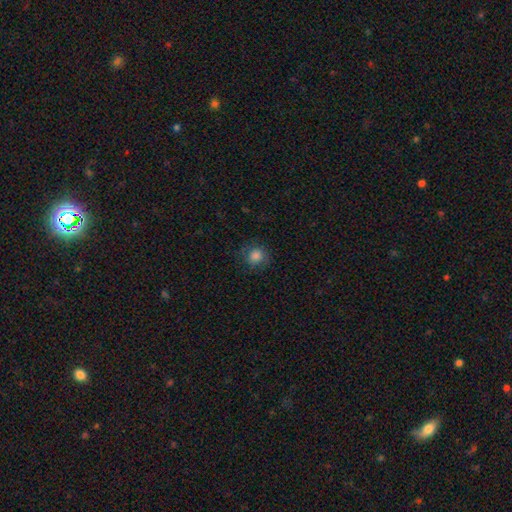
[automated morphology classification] This appears to be a smooth galaxy with no disk features (81%) that is round (86%). Merging: none (79%).